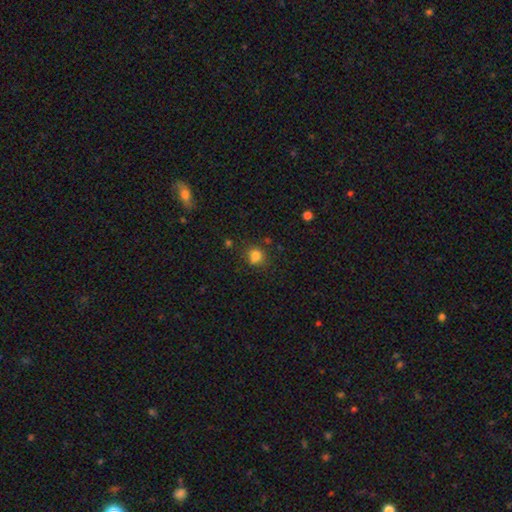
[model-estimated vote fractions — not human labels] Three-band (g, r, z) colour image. It shows a smooth galaxy with no disk features (80%) that is round (81%). Merging: none (73%).